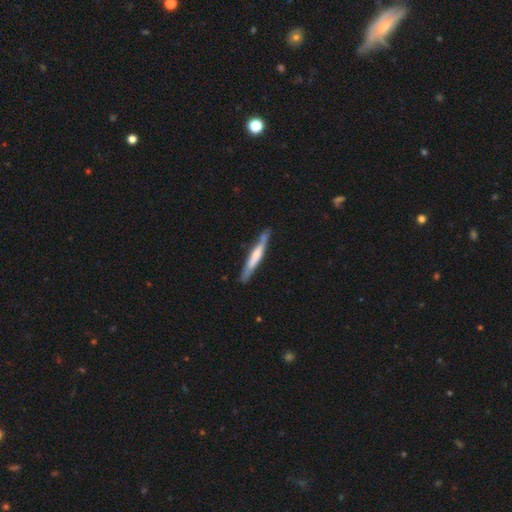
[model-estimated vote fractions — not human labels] A featured or disk galaxy (49%). Merging: none (79%).